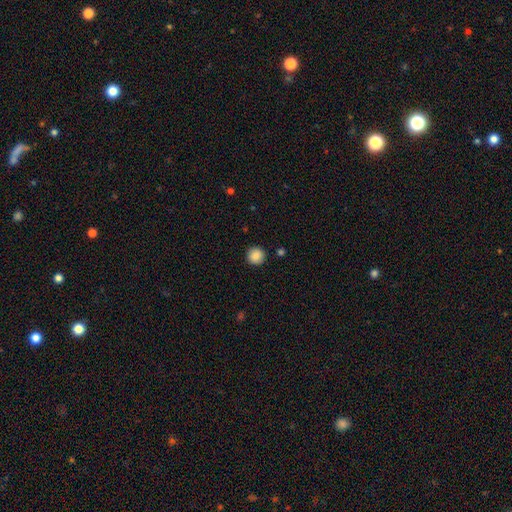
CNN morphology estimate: smooth_or_featured: smooth (p=0.88) [alt: star or artifact p=0.09]
how_rounded: round (p=0.94) [alt: in between p=0.05]
merging: none (p=0.91) [alt: minor disturbance p=0.06]